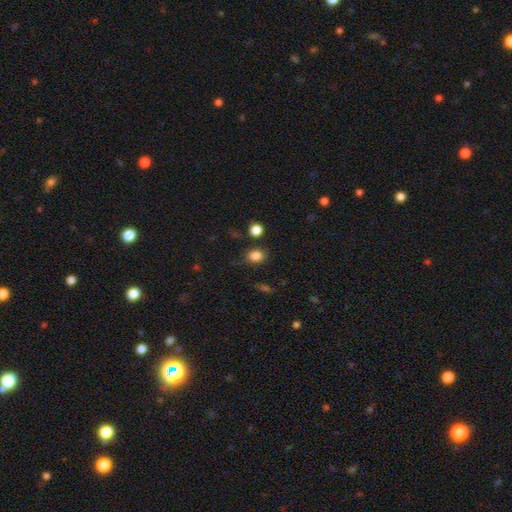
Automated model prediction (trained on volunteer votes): The model was most divided on "how rounded": in between: 62%, round: 37%, cigar-shaped: 1%. More confident: smooth or featured — smooth (84%); merging — none (81%).